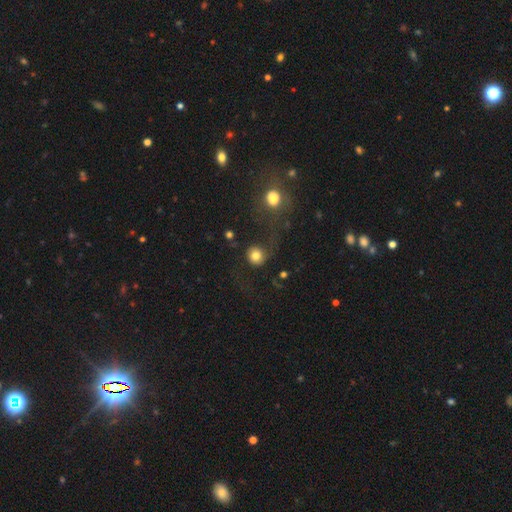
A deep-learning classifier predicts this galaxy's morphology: Smooth or featured?
  - smooth: 76% *
  - featured or disk: 14%
  - star or artifact: 10%
How rounded?
  - round: 89% *
  - in between: 10%
  - cigar-shaped: 1%
Merging?
  - none: 58% *
  - major disturbance: 18%
  - minor disturbance: 15%
  - merger: 10%